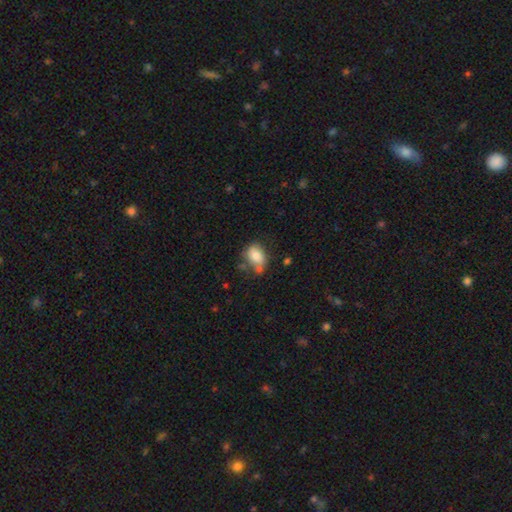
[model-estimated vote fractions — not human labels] This appears to be a smooth galaxy with no disk features (76%) that is in between round and cigar-shaped (73%). Merging: none (49%).